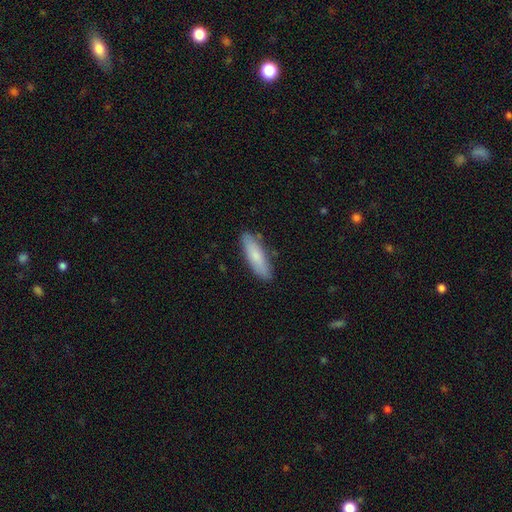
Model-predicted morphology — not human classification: A smooth galaxy with no disk features (78%) that is cigar-shaped (62%). Merging: none (86%).